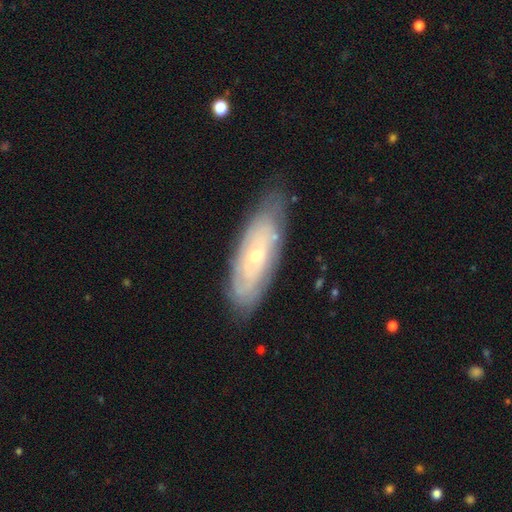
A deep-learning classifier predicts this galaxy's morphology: This appears to be a featured or disk galaxy (66%) with no bar (74%), spiral arms (75%) and a small central bulge (63%). Merging: none (77%).